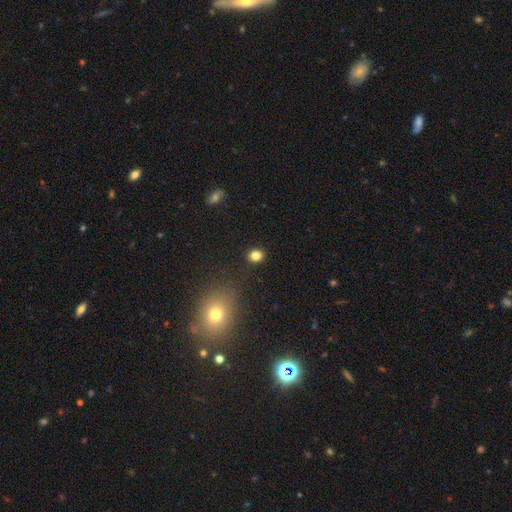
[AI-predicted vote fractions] A smooth galaxy with no disk features (82%) that is round (69%).

Vote fractions:
- Smooth or featured? smooth: 82% / star or artifact: 13% / featured or disk: 5%
- How rounded? round: 69% / in between: 30% / cigar-shaped: 1%
- Merging? none: 88% / minor disturbance: 7% / major disturbance: 2% / merger: 2%